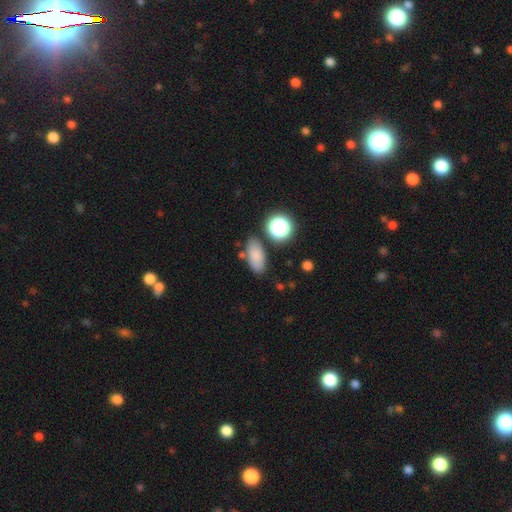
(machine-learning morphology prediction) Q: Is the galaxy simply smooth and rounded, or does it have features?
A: smooth — 80%.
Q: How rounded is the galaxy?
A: in between — 84%.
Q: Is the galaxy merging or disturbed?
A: none — 76%.